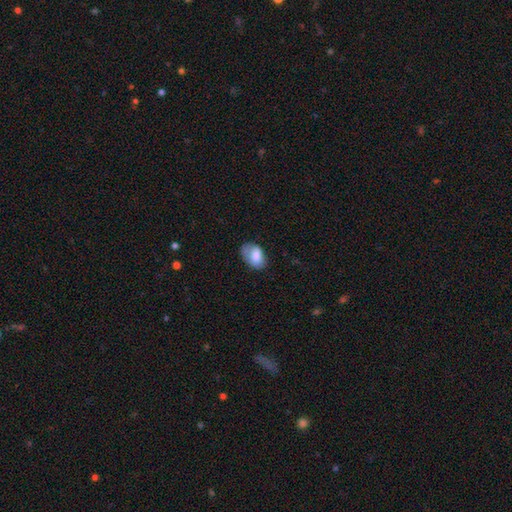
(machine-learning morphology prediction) Smooth or featured? Predicted: smooth (p=0.77). How rounded? Predicted: in between (p=0.88). Merging? Predicted: none (p=0.50).